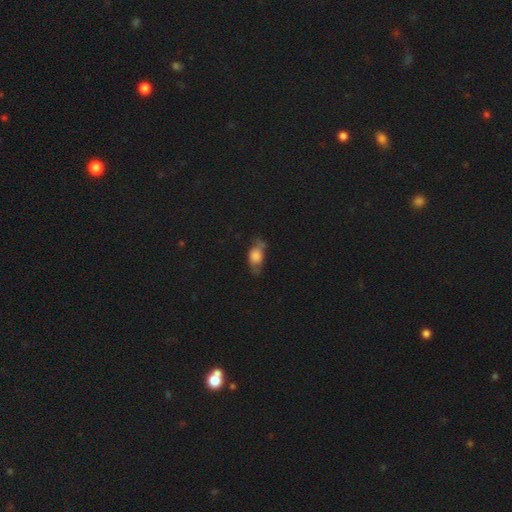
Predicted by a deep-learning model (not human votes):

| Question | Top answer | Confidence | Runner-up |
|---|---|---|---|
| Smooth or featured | smooth | 58% | featured or disk (32%) |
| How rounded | in between | 76% | round (16%) |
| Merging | none | 54% | minor disturbance (29%) |